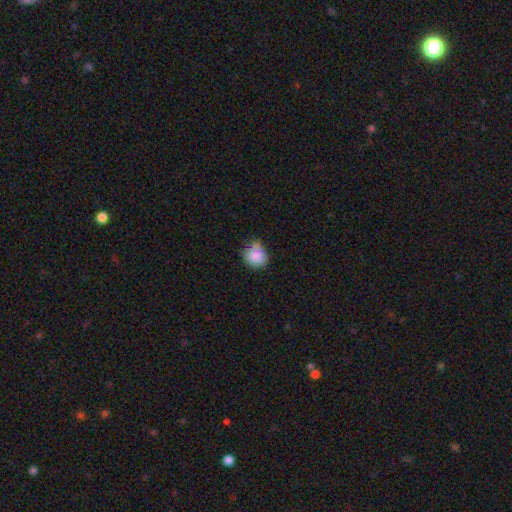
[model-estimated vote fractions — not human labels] Smooth or featured? smooth (84%)
How rounded? round (72%)
Merging? none (49%)